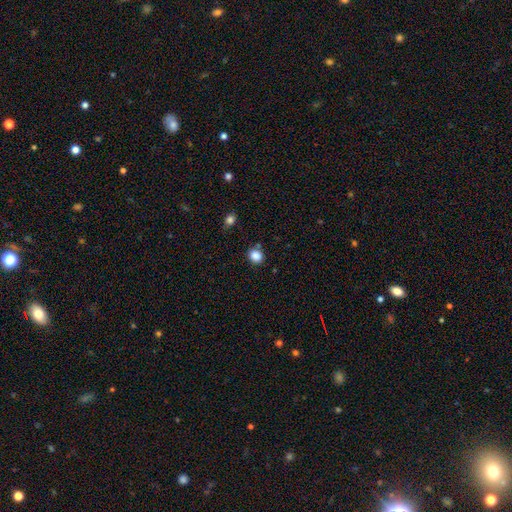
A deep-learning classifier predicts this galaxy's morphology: Smooth or featured? smooth (86%)
How rounded? round (72%)
Merging? none (79%)